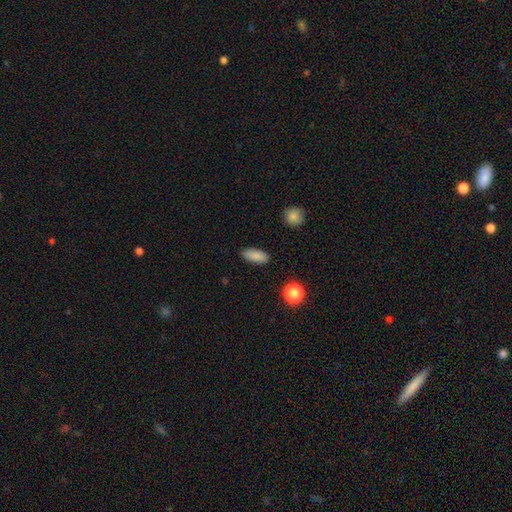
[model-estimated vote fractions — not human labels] A smooth galaxy with no disk features (86%) that is in between round and cigar-shaped (82%). Merging: none (88%).